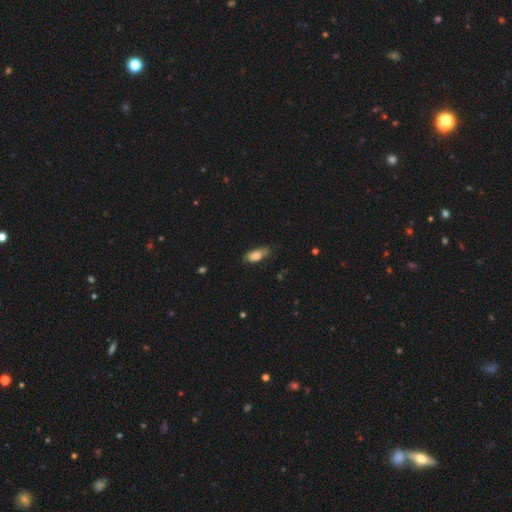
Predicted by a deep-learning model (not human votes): smooth-or-featured: smooth: 78% | featured or disk: 15% | star or artifact: 7%
  how-rounded: in between: 78% | cigar-shaped: 19% | round: 3%
  merging: none: 64% | minor disturbance: 29% | major disturbance: 6% | merger: 2%